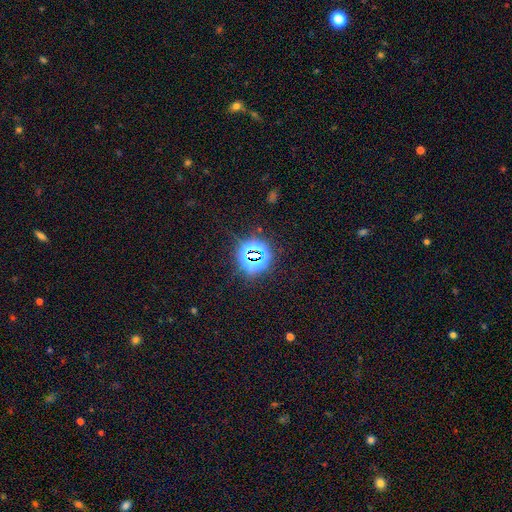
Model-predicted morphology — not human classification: smooth_or_featured: star or artifact (p=0.78) [alt: smooth p=0.14]